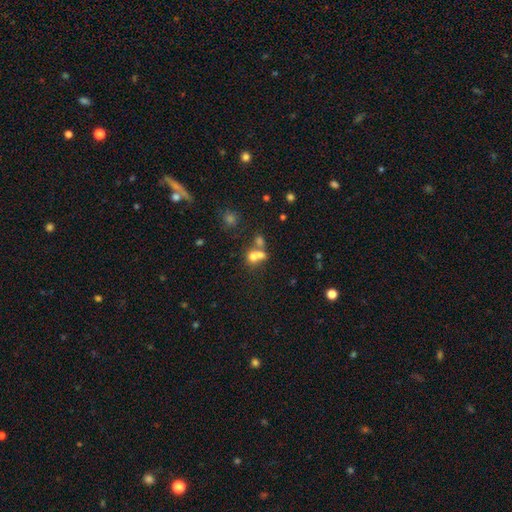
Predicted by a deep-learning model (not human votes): Smooth or featured? Predicted: smooth (p=0.64). How rounded? Predicted: round (p=0.68). Merging? Predicted: merger (p=0.61).